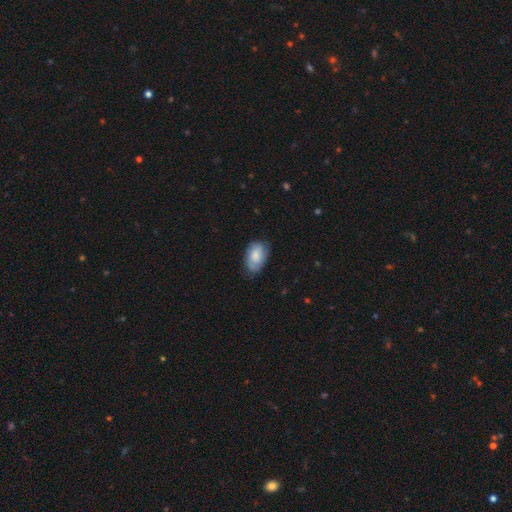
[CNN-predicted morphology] smooth-or-featured: smooth: 58% | featured or disk: 35% | star or artifact: 7%
  how-rounded: in between: 89% | round: 9% | cigar-shaped: 2%
  merging: none: 70% | minor disturbance: 23% | major disturbance: 5% | merger: 1%